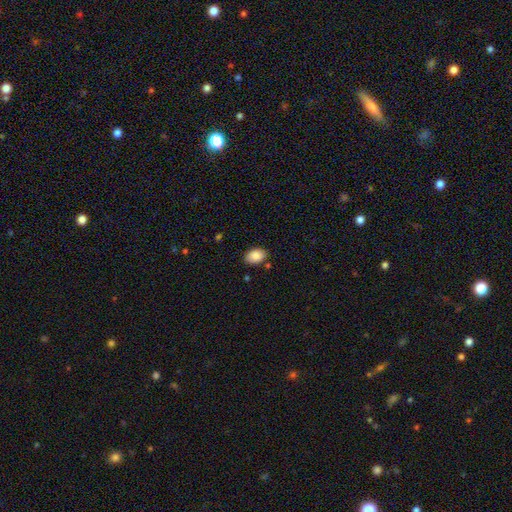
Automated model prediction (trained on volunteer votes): Smooth or featured? smooth (87%)
How rounded? in between (88%)
Merging? none (83%)